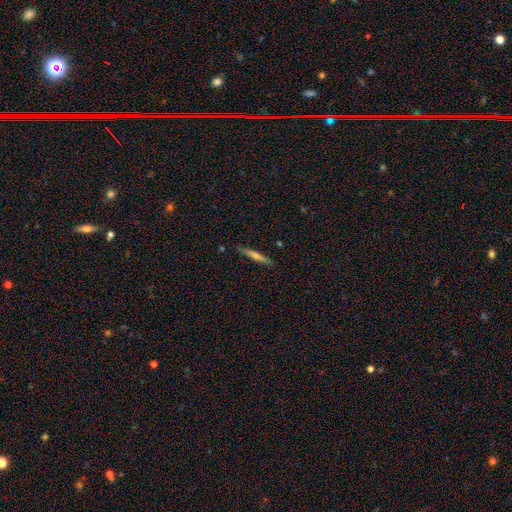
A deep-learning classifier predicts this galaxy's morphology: Q: Smooth or featured?
A: smooth (47%); runner-up: featured or disk (46%)
Q: Merging?
A: none (89%); runner-up: minor disturbance (8%)